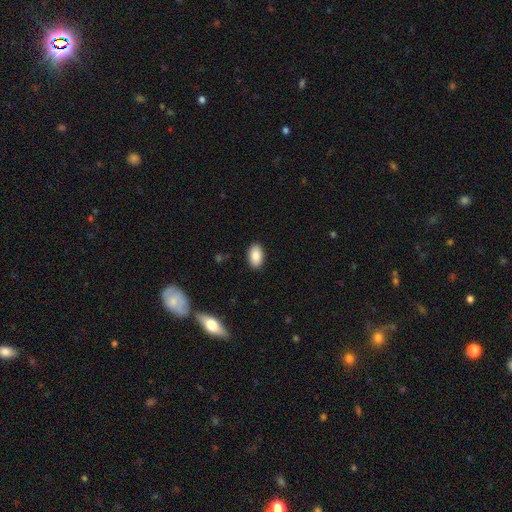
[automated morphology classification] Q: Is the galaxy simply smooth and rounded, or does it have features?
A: smooth — 88%.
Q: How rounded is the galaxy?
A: in between — 93%.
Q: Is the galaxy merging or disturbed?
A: none — 89%.